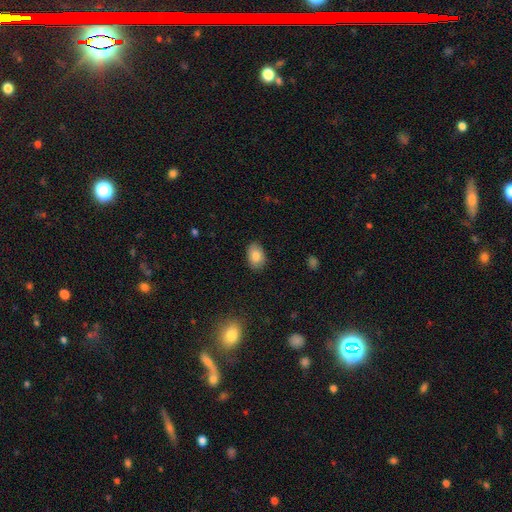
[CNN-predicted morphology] smooth 83%, featured or disk 9%, star or artifact 8%. Down the decision tree: how rounded — in between (84%); merging — none (86%).